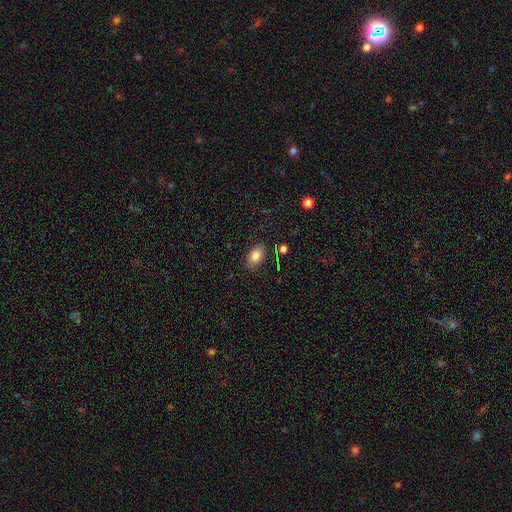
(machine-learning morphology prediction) Smooth or featured?
  - smooth: 80% *
  - star or artifact: 10%
  - featured or disk: 9%
How rounded?
  - in between: 81% *
  - round: 18%
  - cigar-shaped: 1%
Merging?
  - none: 85% *
  - minor disturbance: 11%
  - major disturbance: 3%
  - merger: 2%